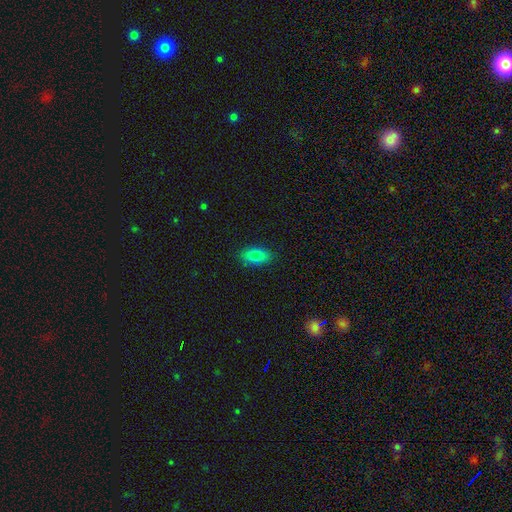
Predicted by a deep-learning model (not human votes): A smooth galaxy with no disk features (82%) that is in between round and cigar-shaped (90%). Merging: none (87%).